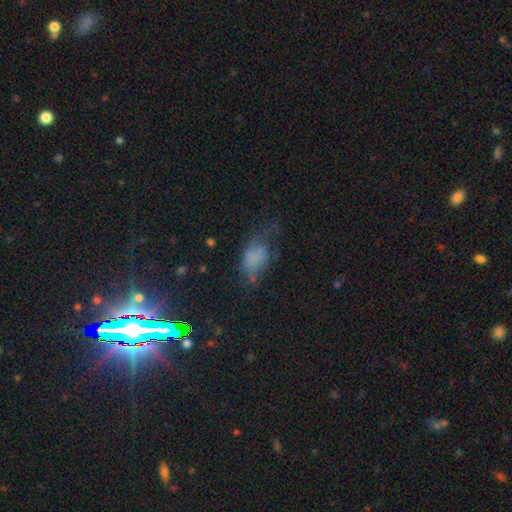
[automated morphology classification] Smooth or featured: smooth — 58% (featured or disk — 28%)
How rounded: in between — 86% (round — 11%)
Merging: major disturbance — 44% (minor disturbance — 26%)